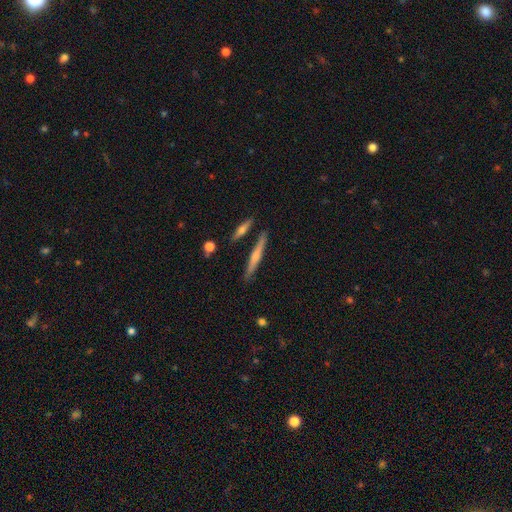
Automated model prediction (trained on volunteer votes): Q: Smooth or featured?
A: smooth (47%); tied with: featured or disk (47%)
Q: Merging?
A: none (84%); runner-up: minor disturbance (9%)